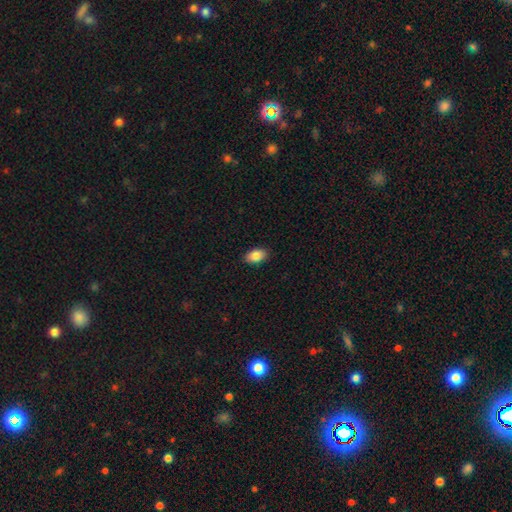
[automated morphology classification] Smooth or featured: smooth — 86% (star or artifact — 8%)
How rounded: in between — 91% (round — 7%)
Merging: none — 89% (minor disturbance — 8%)